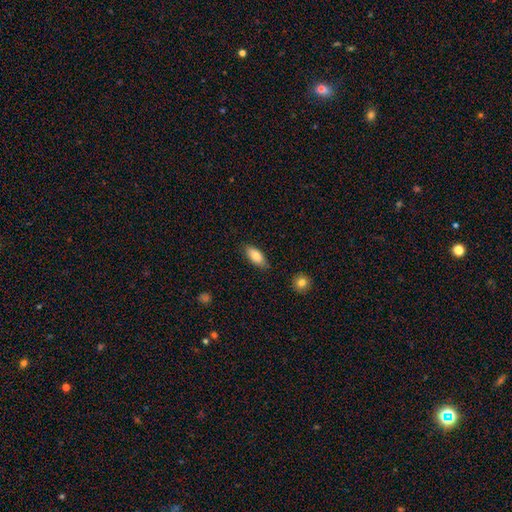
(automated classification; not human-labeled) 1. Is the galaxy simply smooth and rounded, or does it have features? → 81% smooth, 13% featured or disk, 7% star or artifact.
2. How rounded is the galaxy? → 86% in between, 12% cigar-shaped, 2% round.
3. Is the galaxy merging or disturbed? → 84% none, 13% minor disturbance, 2% major disturbance, 2% merger.